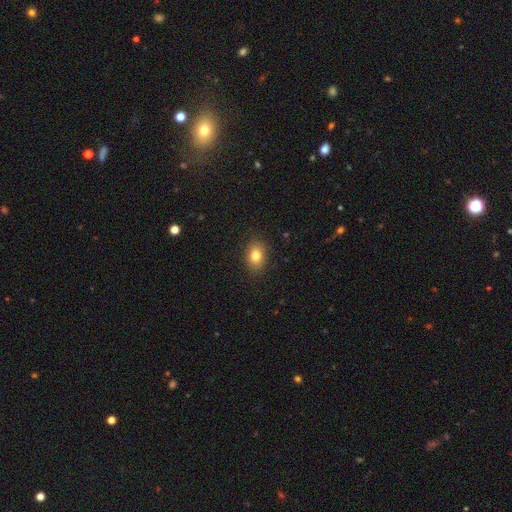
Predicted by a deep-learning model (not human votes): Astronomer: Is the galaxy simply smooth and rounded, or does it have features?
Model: smooth — 81%.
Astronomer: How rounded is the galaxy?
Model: in between — 69%.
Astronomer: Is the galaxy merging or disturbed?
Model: none — 88%.